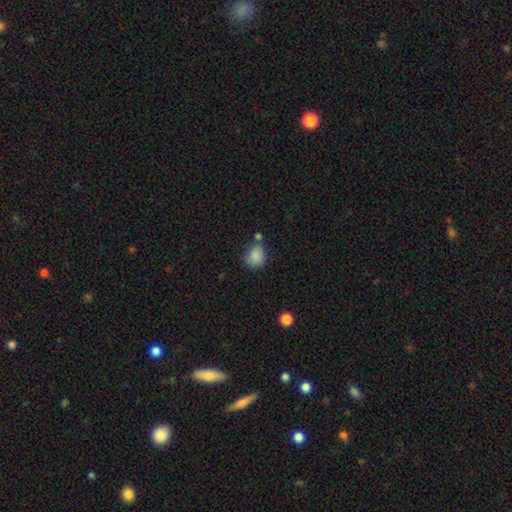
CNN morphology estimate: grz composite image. It shows a smooth galaxy with no disk features (85%) that is round (61%). Merging: none (60%).